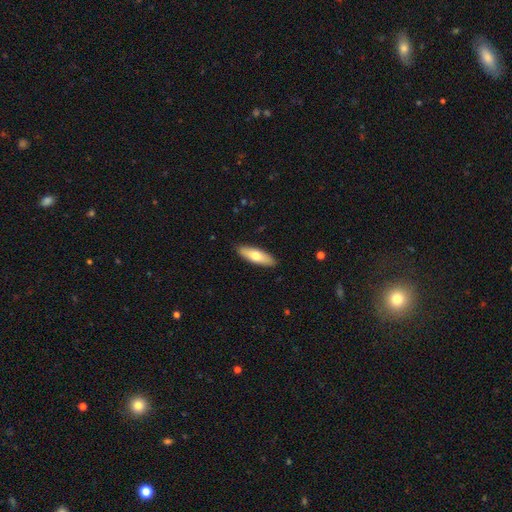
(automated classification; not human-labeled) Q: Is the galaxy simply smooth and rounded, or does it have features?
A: smooth — 67%.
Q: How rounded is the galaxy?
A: in between — 53%.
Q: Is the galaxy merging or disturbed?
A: none — 90%.